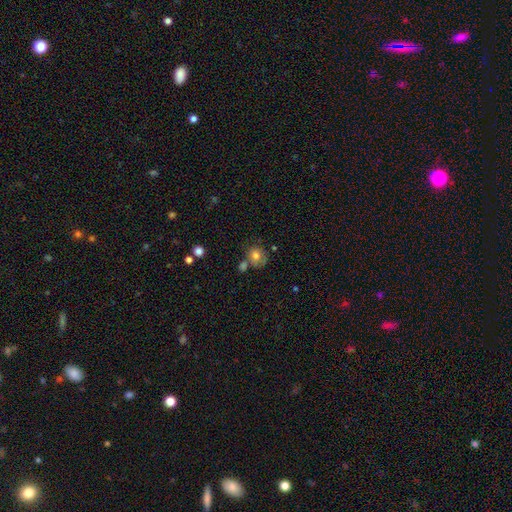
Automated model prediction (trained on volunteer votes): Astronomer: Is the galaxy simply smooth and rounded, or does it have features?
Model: smooth — 73%.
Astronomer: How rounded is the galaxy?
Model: round — 76%.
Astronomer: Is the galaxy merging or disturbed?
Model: none — 53%.